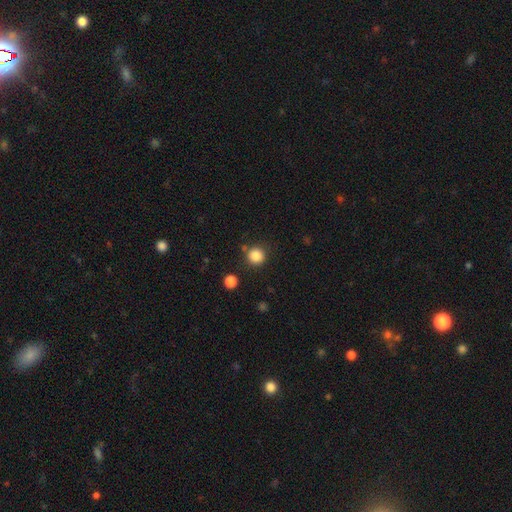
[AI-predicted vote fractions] Smooth or featured? smooth (85%)
How rounded? round (93%)
Merging? none (83%)